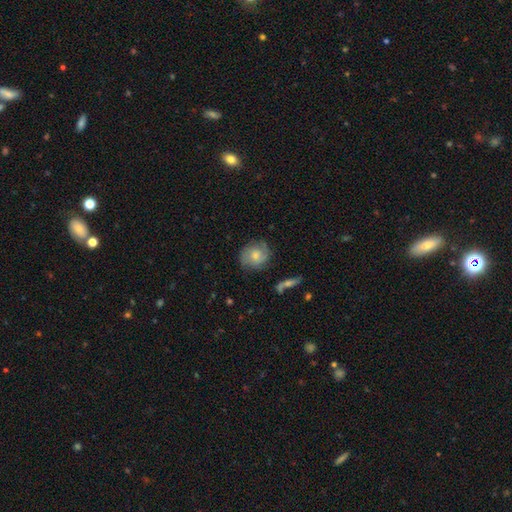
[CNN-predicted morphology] Q: Smooth or featured?
A: featured or disk (51%); runner-up: smooth (41%)
Q: Edge-on disk?
A: no (96%); runner-up: yes (4%)
Q: Merging?
A: none (72%); runner-up: minor disturbance (20%)